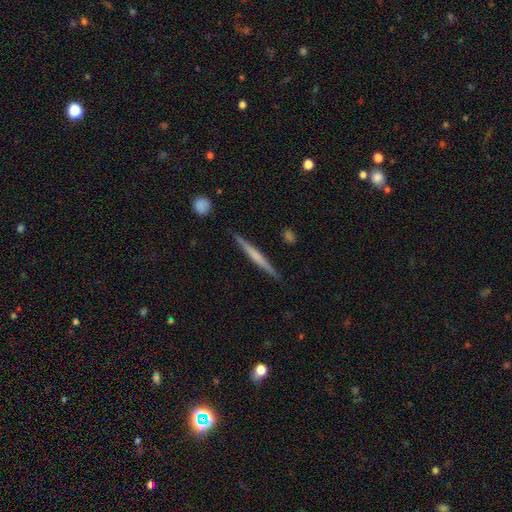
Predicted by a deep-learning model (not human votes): Morphology: type=featured or disk (52%); edge-on=yes (98%); edge-on bulge=none (67%); merging=none (90%).